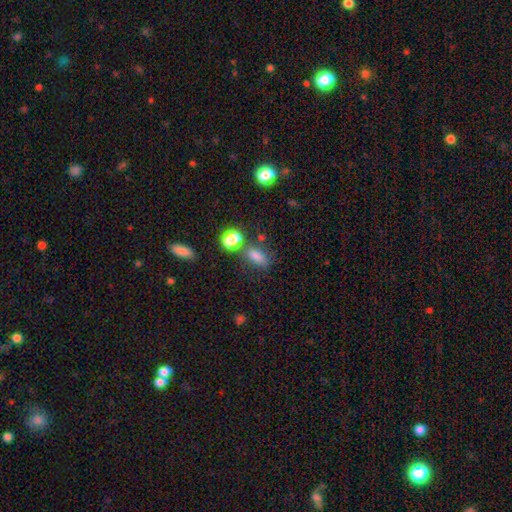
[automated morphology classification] Overall: smooth (77%). How rounded: in between (73%). Merging: none (61%).